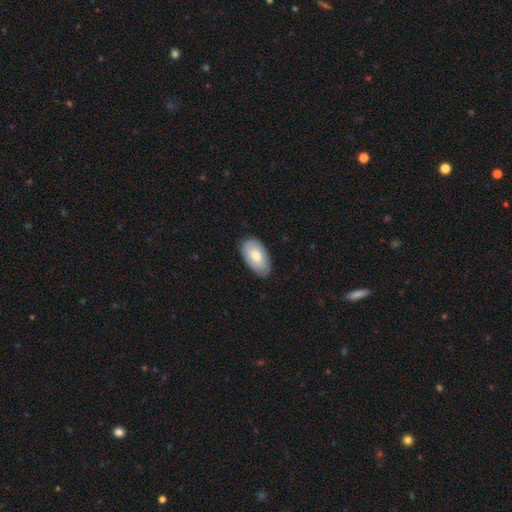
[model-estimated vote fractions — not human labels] Smooth or featured? smooth (73%)
How rounded? in between (95%)
Merging? none (82%)